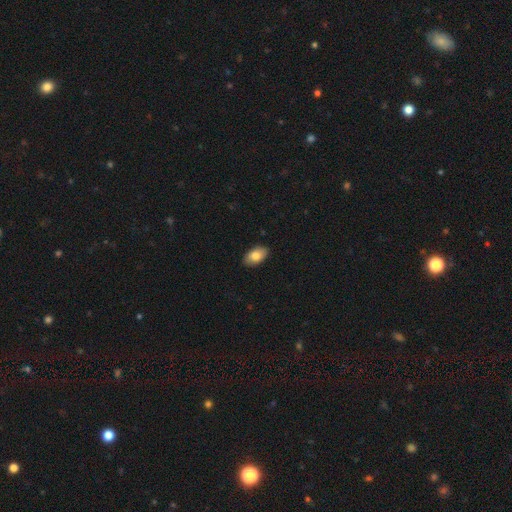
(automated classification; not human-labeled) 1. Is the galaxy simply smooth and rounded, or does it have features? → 82% smooth, 12% featured or disk, 7% star or artifact.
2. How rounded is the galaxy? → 93% in between, 5% round, 2% cigar-shaped.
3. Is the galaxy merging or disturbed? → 89% none, 9% minor disturbance, 2% major disturbance, 1% merger.